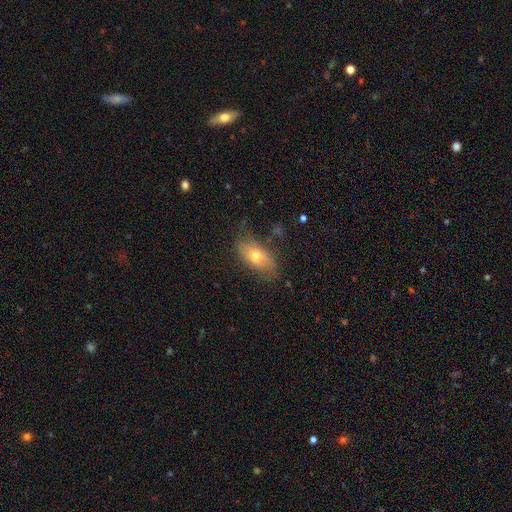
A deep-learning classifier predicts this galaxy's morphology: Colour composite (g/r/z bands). It shows a smooth galaxy with no disk features (60%) that is in between round and cigar-shaped (86%). Merging: none (68%).